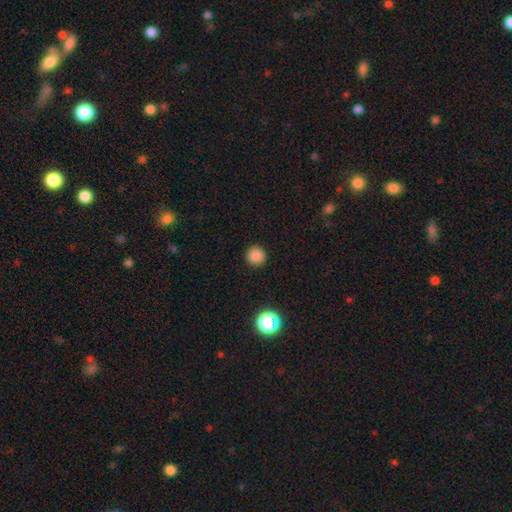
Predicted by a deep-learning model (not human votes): Morphology: type=smooth (84%); roundness=round (94%); merging=none (91%).